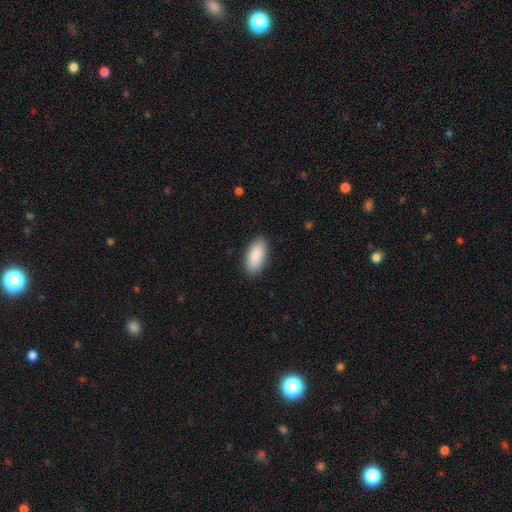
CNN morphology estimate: smooth 91%, star or artifact 6%, featured or disk 4%. Down the decision tree: how rounded — in between (92%); merging — none (88%).